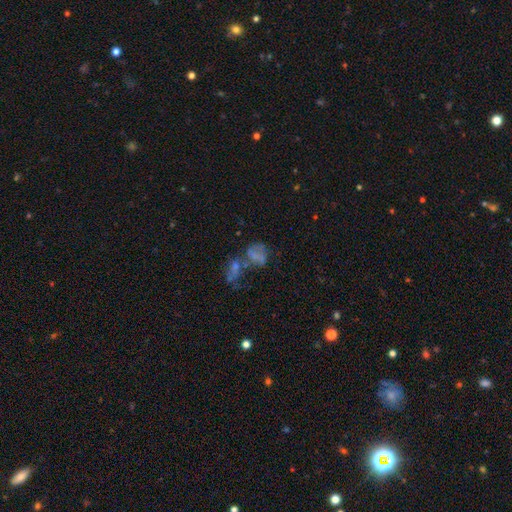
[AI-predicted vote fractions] Smooth or featured?
  - smooth: 44% *
  - featured or disk: 37%
  - star or artifact: 19%
Merging?
  - merger: 44% *
  - none: 22%
  - major disturbance: 21%
  - minor disturbance: 13%